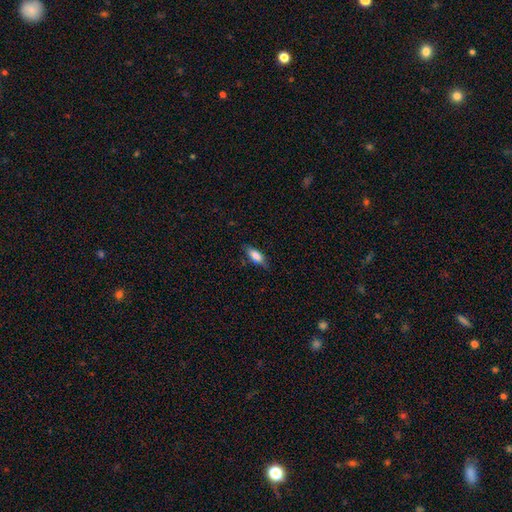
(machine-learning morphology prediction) smooth 79%, featured or disk 14%, star or artifact 7%. Down the decision tree: how rounded — in between (72%); merging — none (76%).